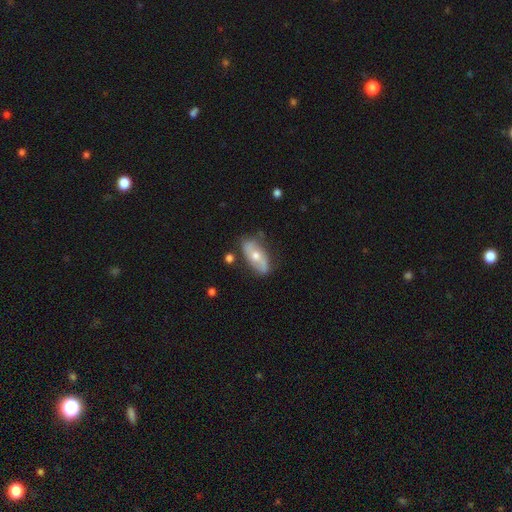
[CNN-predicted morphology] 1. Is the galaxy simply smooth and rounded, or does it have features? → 51% featured or disk, 43% smooth, 6% star or artifact.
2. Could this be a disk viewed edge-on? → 82% no, 18% yes.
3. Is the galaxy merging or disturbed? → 67% none, 23% minor disturbance, 6% major disturbance, 4% merger.